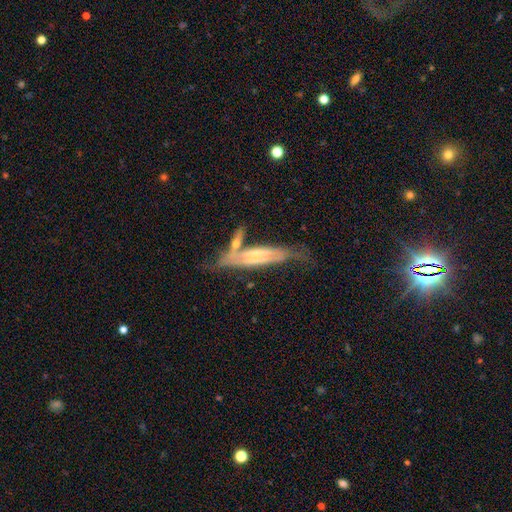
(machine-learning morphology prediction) Smooth or featured? featured or disk (66%)
Edge-on disk? yes (61%)
Merging? none (43%)